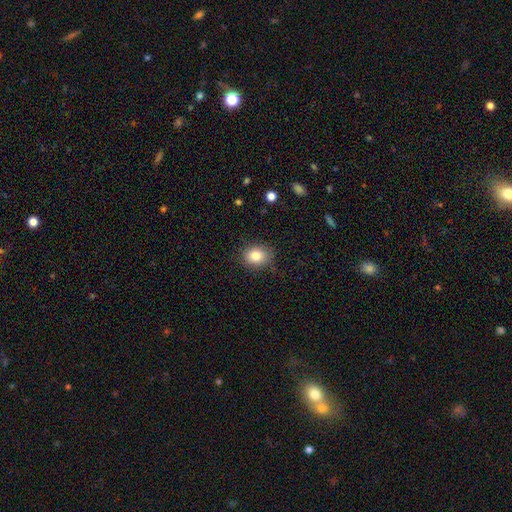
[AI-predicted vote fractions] Overall: smooth (83%). How rounded: round (55%; in between 44%). Merging: none (84%).